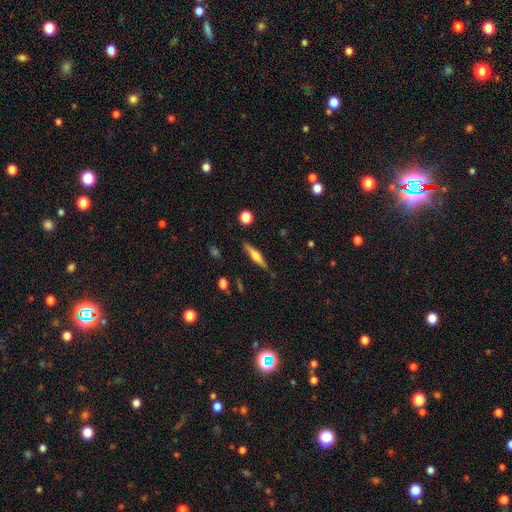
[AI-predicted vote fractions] Smooth or featured?
  - featured or disk: 58% *
  - smooth: 35%
  - star or artifact: 7%
Edge-on disk?
  - yes: 96% *
  - no: 4%
Edge-on bulge?
  - rounded: 82% *
  - boxy: 12%
  - none: 5%
Merging?
  - none: 86% *
  - minor disturbance: 10%
  - major disturbance: 2%
  - merger: 2%